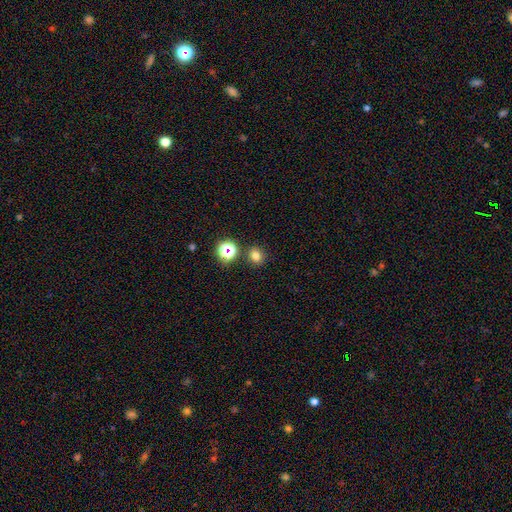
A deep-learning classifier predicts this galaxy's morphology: smooth 74%, star or artifact 20%, featured or disk 6%. Down the decision tree: how rounded — round (77%); merging — none (83%).